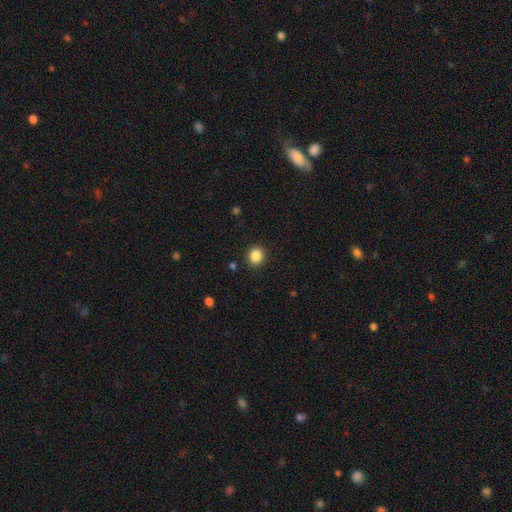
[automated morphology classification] Overall: smooth (86%). How rounded: round (84%). Merging: none (90%).